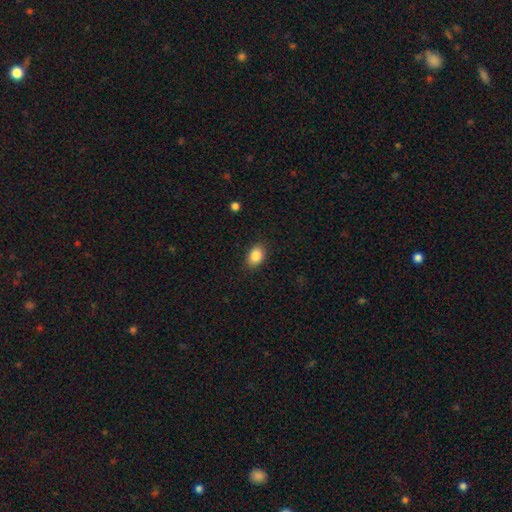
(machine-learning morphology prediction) The model was most divided on "how rounded": in between: 77%, round: 22%, cigar-shaped: 1%. More confident: merging — none (87%); smooth or featured — smooth (86%).